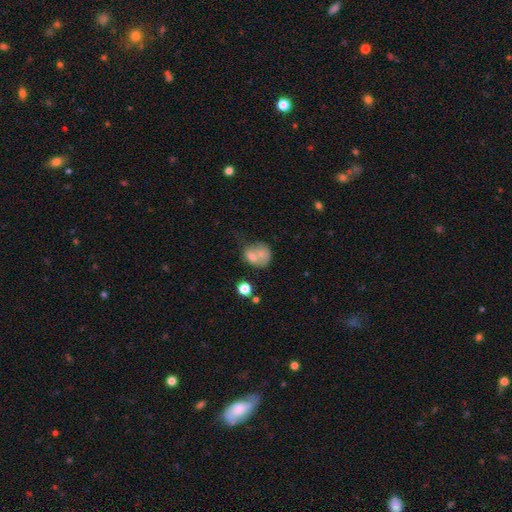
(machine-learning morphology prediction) Smooth or featured? Predicted: smooth (p=0.68). How rounded? Predicted: round (p=0.60). Merging? Predicted: merger (p=0.51).